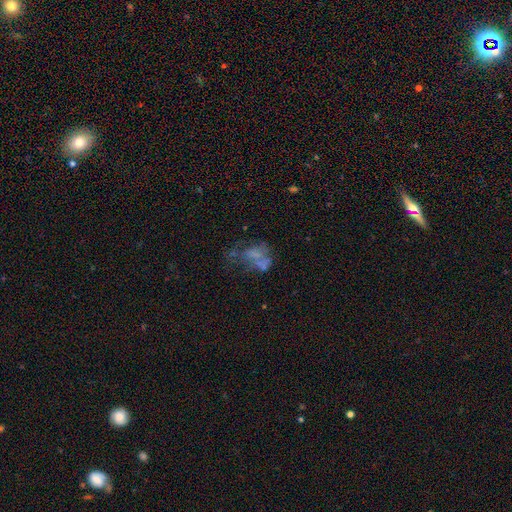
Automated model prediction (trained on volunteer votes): Morphology: type=featured or disk (47%); merging=major disturbance (37%).